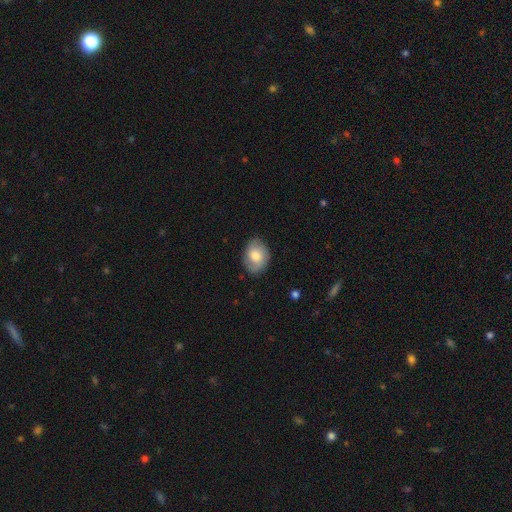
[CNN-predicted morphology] Smooth or featured? smooth (66%)
How rounded? in between (68%)
Merging? none (77%)